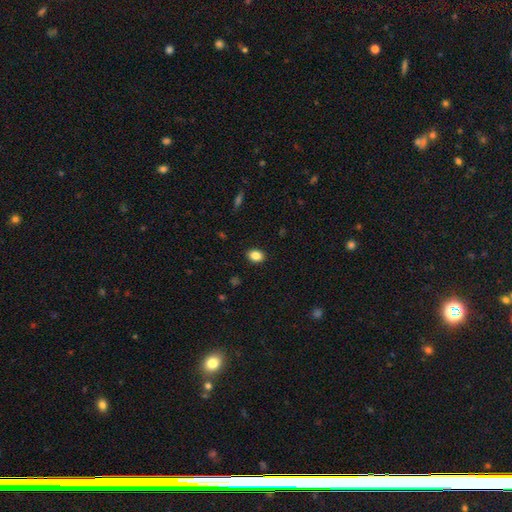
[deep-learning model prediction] A smooth galaxy with no disk features (86%) that is in between round and cigar-shaped (69%). Merging: none (89%).